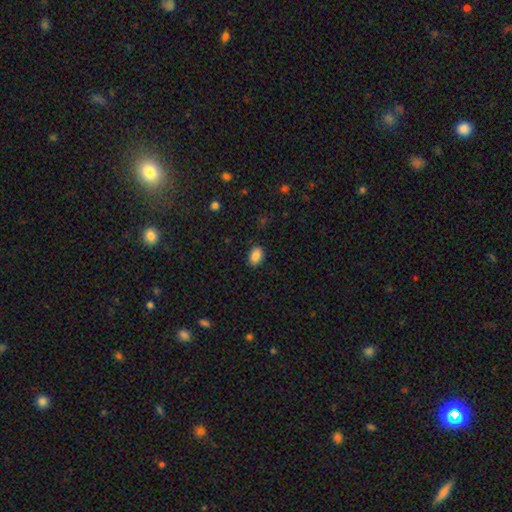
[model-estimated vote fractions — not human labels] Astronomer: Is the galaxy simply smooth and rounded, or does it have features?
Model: smooth — 87%.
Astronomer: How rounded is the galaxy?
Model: in between — 84%.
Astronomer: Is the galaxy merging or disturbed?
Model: none — 88%.